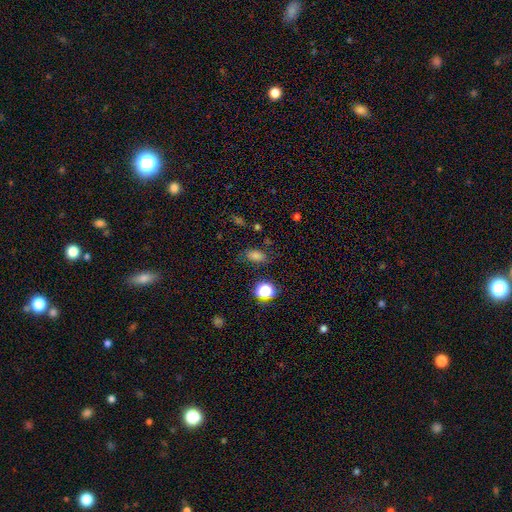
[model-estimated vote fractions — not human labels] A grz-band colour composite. It shows a smooth galaxy with no disk features (75%) that is in between round and cigar-shaped (82%). Merging: none (78%).